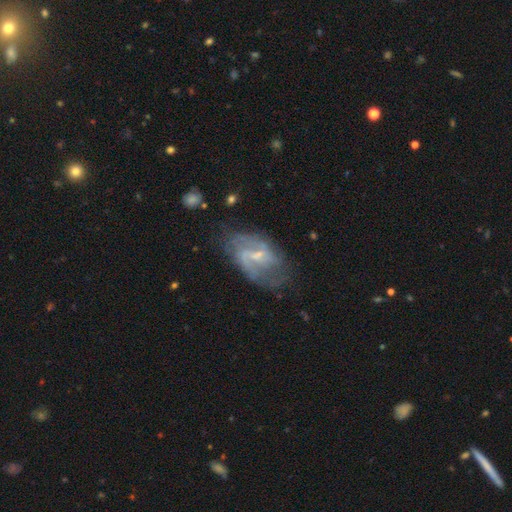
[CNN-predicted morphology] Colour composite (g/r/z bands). It shows a featured or disk galaxy (77%) with a weak bar (57%), 2 (65%) medium (45%) spiral arms (86%) and a small central bulge (57%). Merging: none (62%).